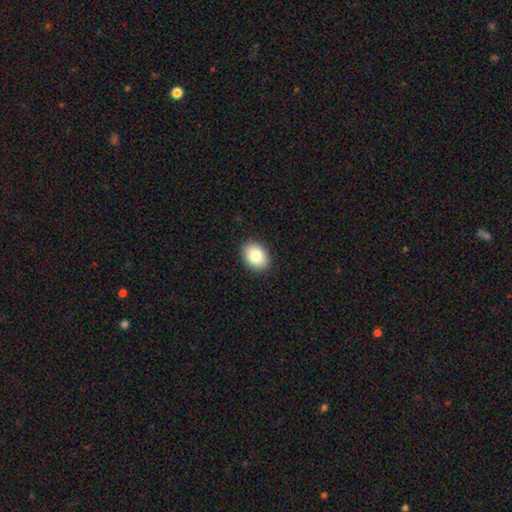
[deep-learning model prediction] Morphology: type=smooth (84%); roundness=in between (71%); merging=none (90%).